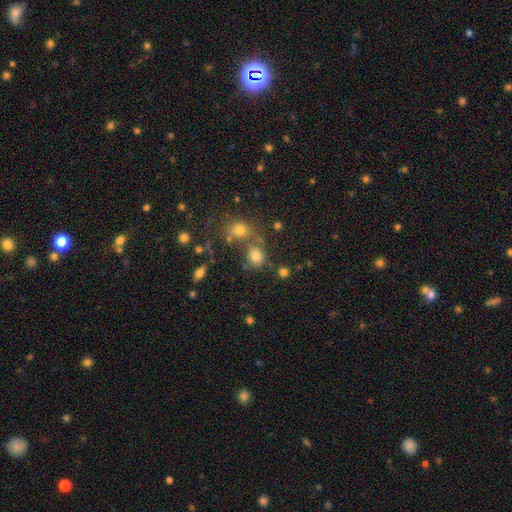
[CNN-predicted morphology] A smooth galaxy with no disk features (74%) that is round (64%).

Vote fractions:
- Smooth or featured? smooth: 74% / star or artifact: 17% / featured or disk: 9%
- How rounded? round: 64% / in between: 34% / cigar-shaped: 1%
- Merging? none: 59% / merger: 25% / minor disturbance: 11% / major disturbance: 5%